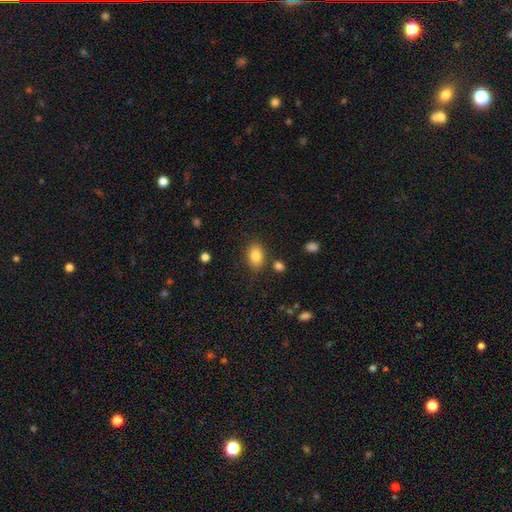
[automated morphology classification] smooth_or_featured: smooth (p=0.84) [alt: star or artifact p=0.09]
how_rounded: in between (p=0.81) [alt: round p=0.18]
merging: none (p=0.80) [alt: minor disturbance p=0.12]